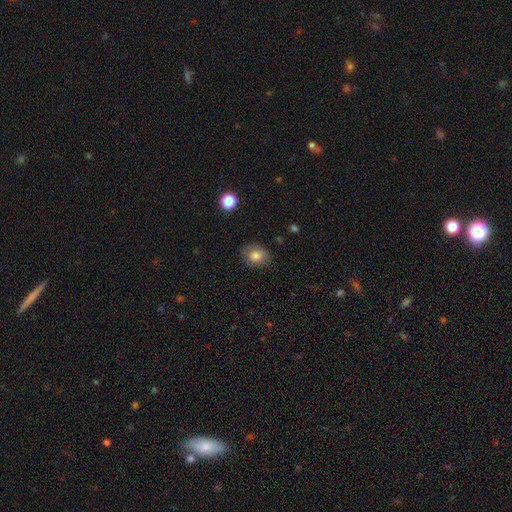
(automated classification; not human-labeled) smooth_or_featured: smooth (p=0.74) [alt: featured or disk p=0.17]
how_rounded: in between (p=0.51) [alt: round p=0.48]
merging: none (p=0.77) [alt: minor disturbance p=0.16]